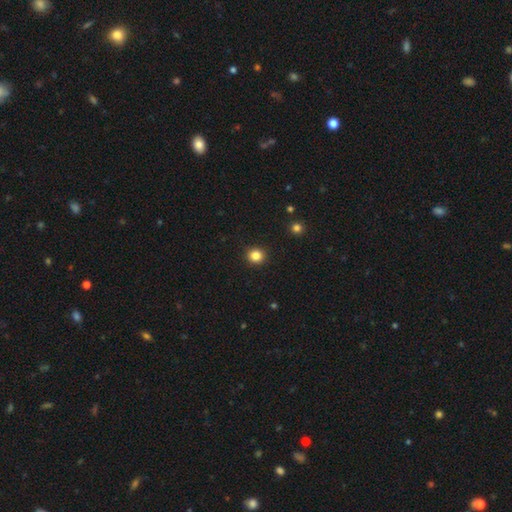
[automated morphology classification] This appears to be a smooth galaxy with no disk features (83%) that is round (91%). Merging: none (93%).